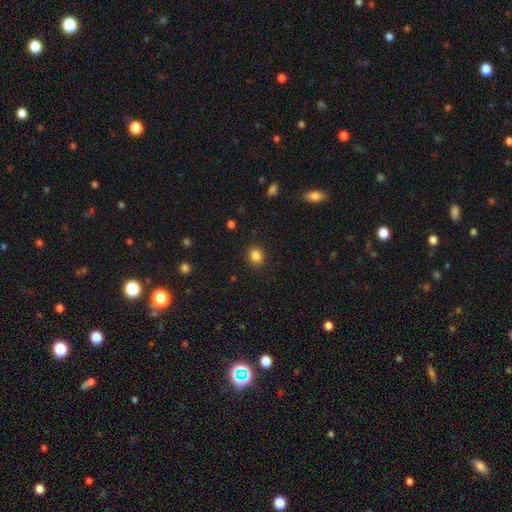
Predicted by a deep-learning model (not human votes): A smooth galaxy with no disk features (85%) that is round (70%).

Vote fractions:
- Smooth or featured? smooth: 85% / star or artifact: 11% / featured or disk: 4%
- How rounded? round: 70% / in between: 30% / cigar-shaped: 1%
- Merging? none: 89% / minor disturbance: 7% / major disturbance: 2% / merger: 1%